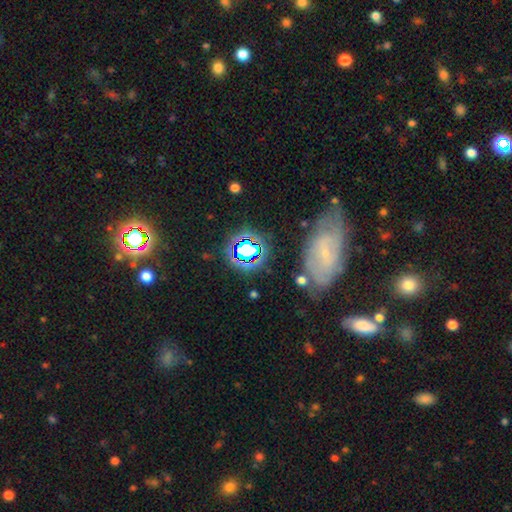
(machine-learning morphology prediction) This appears to be a star or artifact, not a galaxy (44%).